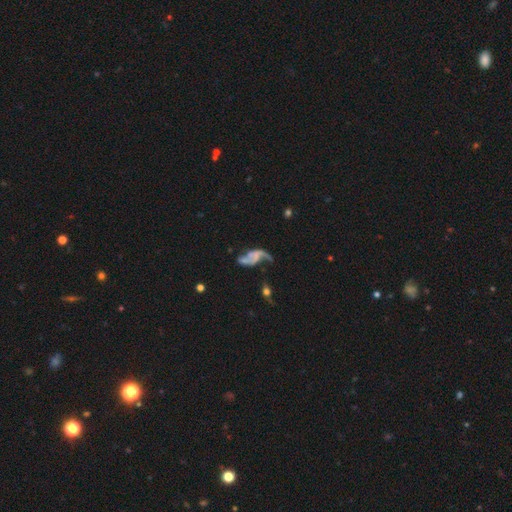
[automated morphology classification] Smooth or featured? featured or disk (73%)
Edge-on disk? no (95%)
Bar? no (64%)
Spiral arms? yes (79%)
Spiral winding? loose (80%)
Spiral arm count? 2 (80%)
Bulge size? none (60%)
Merging? none (33%)